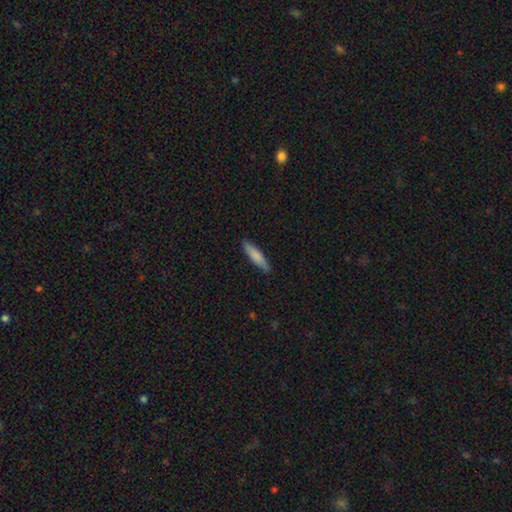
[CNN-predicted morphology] Smooth or featured? Predicted: smooth (p=0.82). How rounded? Predicted: cigar-shaped (p=0.81). Merging? Predicted: none (p=0.88).